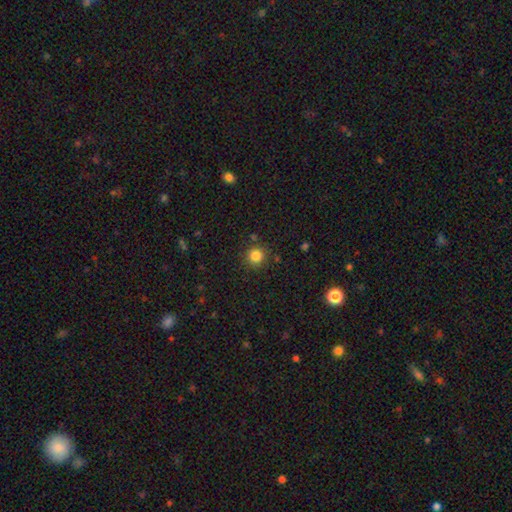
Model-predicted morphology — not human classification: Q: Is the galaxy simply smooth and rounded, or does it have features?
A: smooth — 83%.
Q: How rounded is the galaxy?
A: round — 93%.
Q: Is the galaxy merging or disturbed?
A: none — 87%.